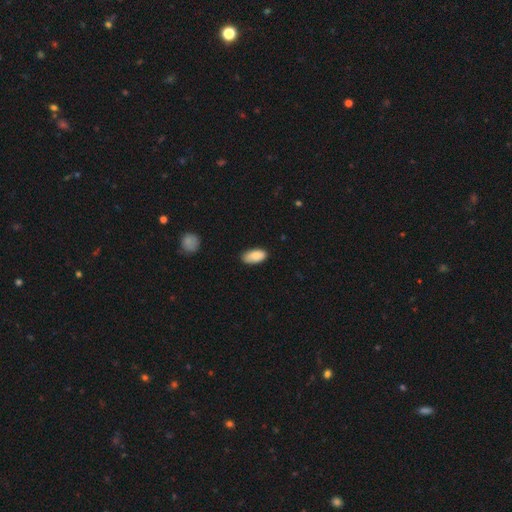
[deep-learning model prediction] Overall: smooth (87%). How rounded: in between (94%). Merging: none (81%).